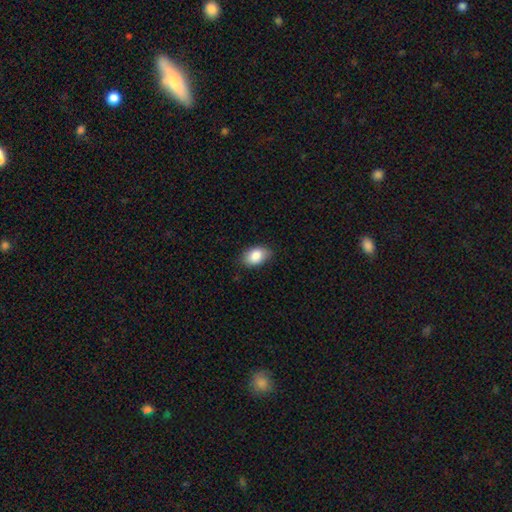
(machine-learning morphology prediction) Smooth or featured? Predicted: smooth (p=0.86). How rounded? Predicted: in between (p=0.88). Merging? Predicted: none (p=0.82).